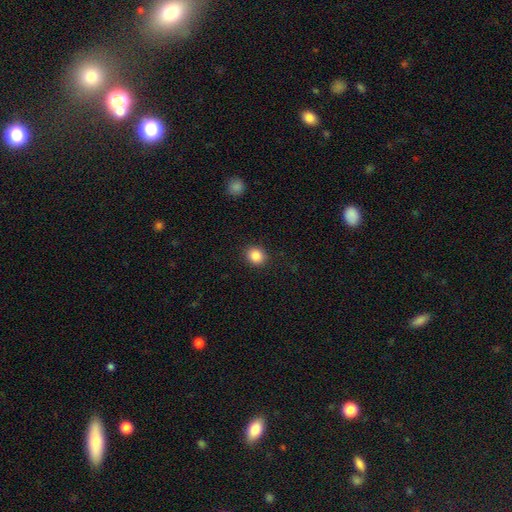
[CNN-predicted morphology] The model was most divided on "how rounded": round: 76%, in between: 24%, cigar-shaped: 1%. More confident: merging — none (91%); smooth or featured — smooth (86%).